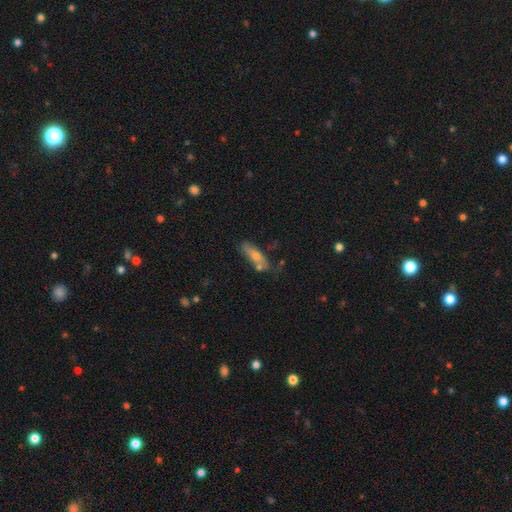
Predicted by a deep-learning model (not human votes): Overall: smooth (53%; featured or disk 38%). How rounded: cigar-shaped (56%; in between 41%). Merging: none (60%; minor disturbance 22%).